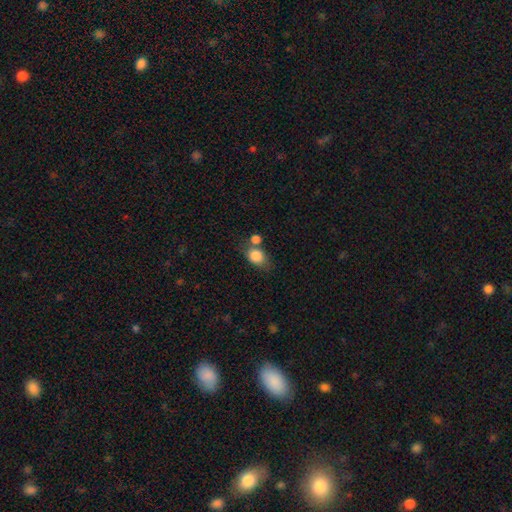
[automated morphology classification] This appears to be a smooth galaxy with no disk features (83%) that is in between round and cigar-shaped (61%). Merging: none (47%).